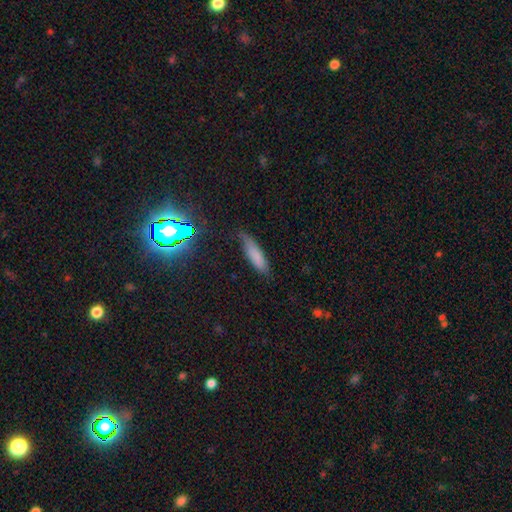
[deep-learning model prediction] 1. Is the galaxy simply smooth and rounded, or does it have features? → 74% smooth, 13% featured or disk, 12% star or artifact.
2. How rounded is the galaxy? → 66% cigar-shaped, 32% in between, 2% round.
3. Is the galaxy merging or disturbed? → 64% none, 27% minor disturbance, 6% major disturbance, 2% merger.